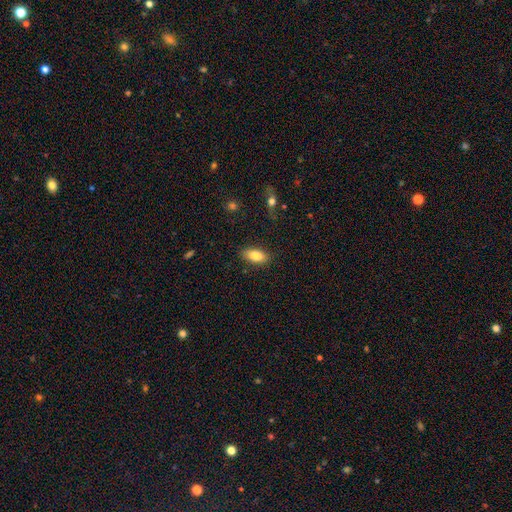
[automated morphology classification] The model was most divided on "smooth or featured": smooth: 82%, featured or disk: 10%, star or artifact: 7%. More confident: how rounded — in between (87%); merging — none (87%).